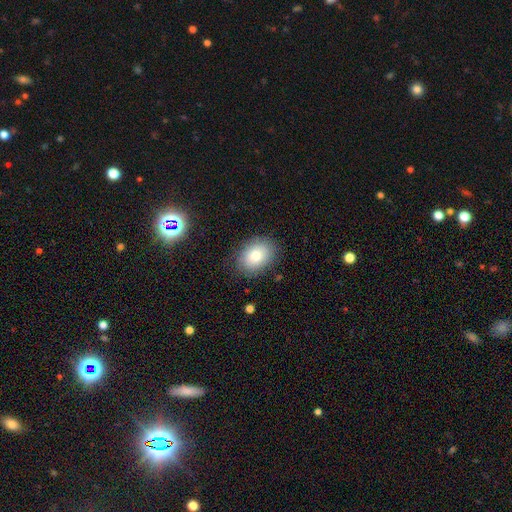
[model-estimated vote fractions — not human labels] A smooth galaxy with no disk features (77%) that is in between round and cigar-shaped (68%).

Vote fractions:
- Smooth or featured? smooth: 77% / featured or disk: 14% / star or artifact: 9%
- How rounded? in between: 68% / round: 31% / cigar-shaped: 1%
- Merging? none: 82% / minor disturbance: 13% / major disturbance: 4% / merger: 1%